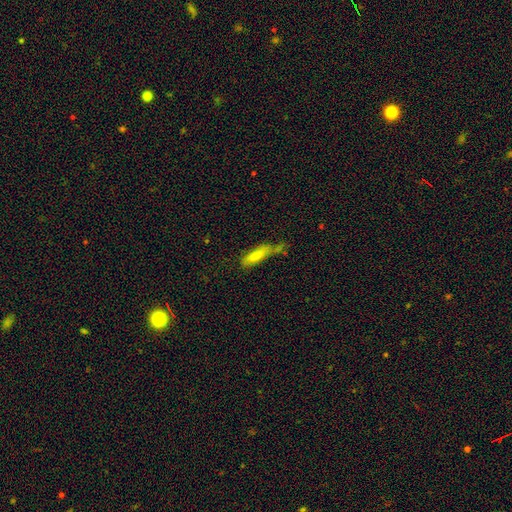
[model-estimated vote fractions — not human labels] This is likely a smooth galaxy (72%). How rounded: likely cigar-shaped (68%). Merging: marginally none (42%).